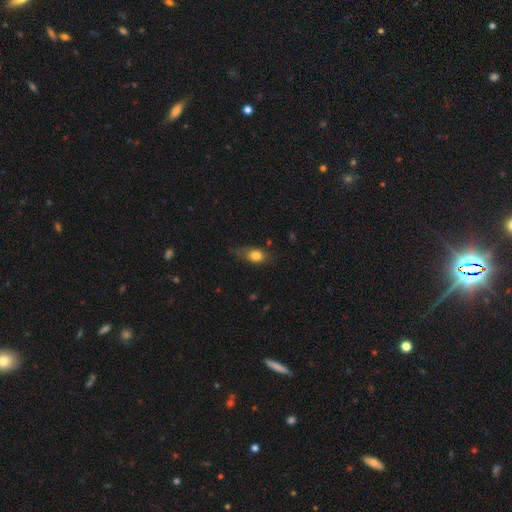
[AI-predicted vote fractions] smooth-or-featured: smooth: 77% | featured or disk: 15% | star or artifact: 9%
  how-rounded: in between: 73% | round: 19% | cigar-shaped: 7%
  merging: none: 54% | minor disturbance: 31% | major disturbance: 13% | merger: 2%